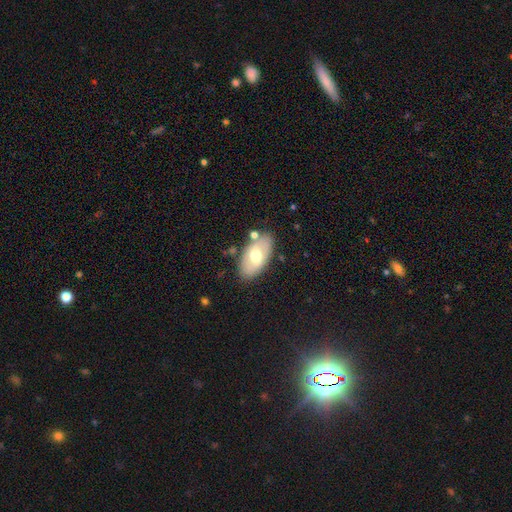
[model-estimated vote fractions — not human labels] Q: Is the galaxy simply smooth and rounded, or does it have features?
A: smooth — 54%.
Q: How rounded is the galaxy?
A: in between — 93%.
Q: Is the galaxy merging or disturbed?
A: none — 77%.